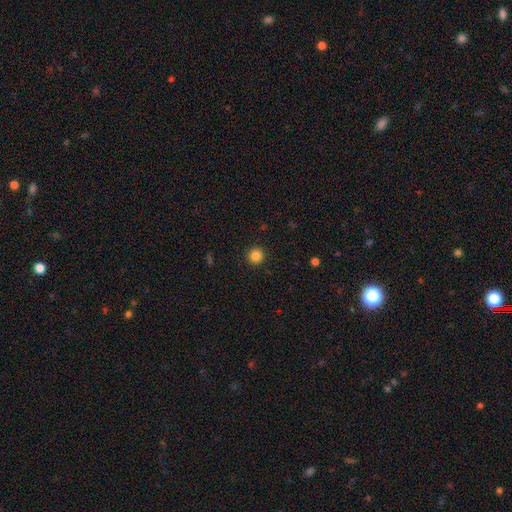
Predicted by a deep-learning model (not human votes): A smooth galaxy with no disk features (85%) that is round (95%). Merging: none (92%).